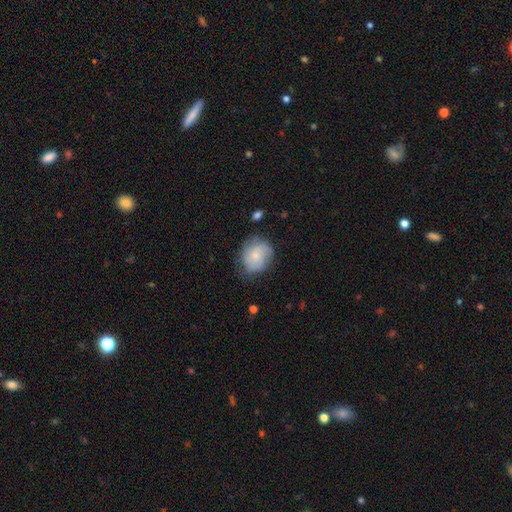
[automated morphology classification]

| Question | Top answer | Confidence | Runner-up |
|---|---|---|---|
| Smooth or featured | smooth | 66% | featured or disk (27%) |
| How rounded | round | 67% | in between (32%) |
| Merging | none | 62% | minor disturbance (27%) |